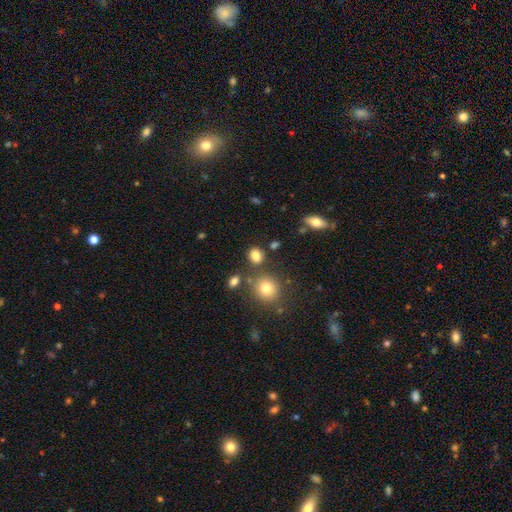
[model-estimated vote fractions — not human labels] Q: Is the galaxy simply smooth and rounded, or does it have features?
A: smooth — 81%.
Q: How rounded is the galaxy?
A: round — 56%.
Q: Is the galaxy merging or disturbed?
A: none — 76%.